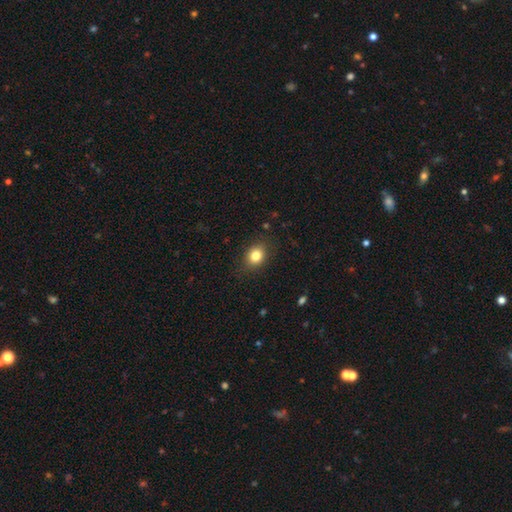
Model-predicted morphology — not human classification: Overall: smooth (82%). How rounded: round (53%; in between 46%). Merging: none (84%).